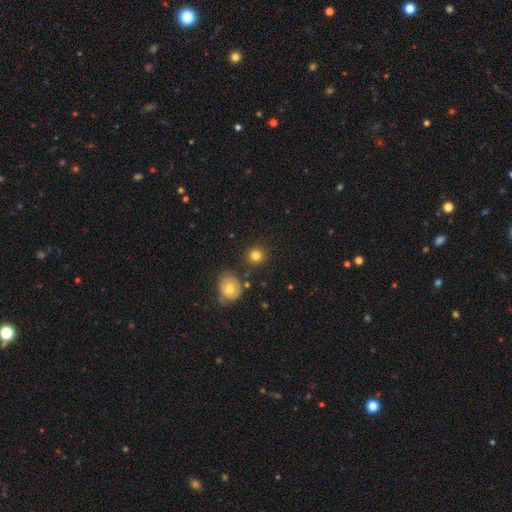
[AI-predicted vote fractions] smooth_or_featured: smooth (p=0.81) [alt: star or artifact p=0.11]
how_rounded: round (p=0.90) [alt: in between p=0.09]
merging: none (p=0.85) [alt: minor disturbance p=0.08]